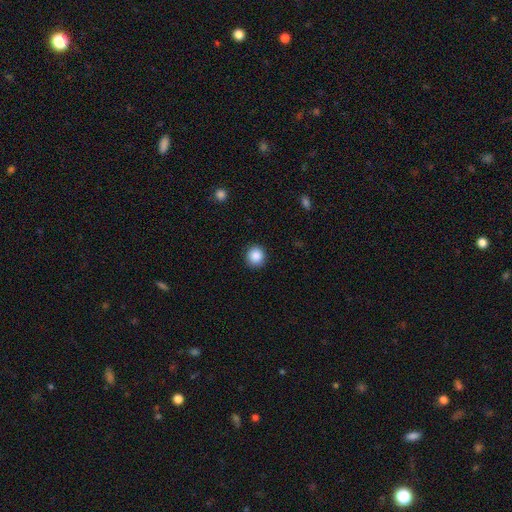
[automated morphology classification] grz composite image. It shows a smooth galaxy with no disk features (88%) that is round (92%). Merging: none (91%).